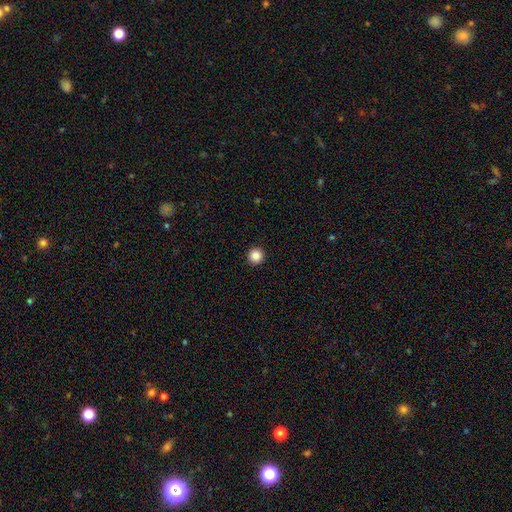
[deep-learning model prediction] Overall: smooth (87%). How rounded: round (96%). Merging: none (94%).